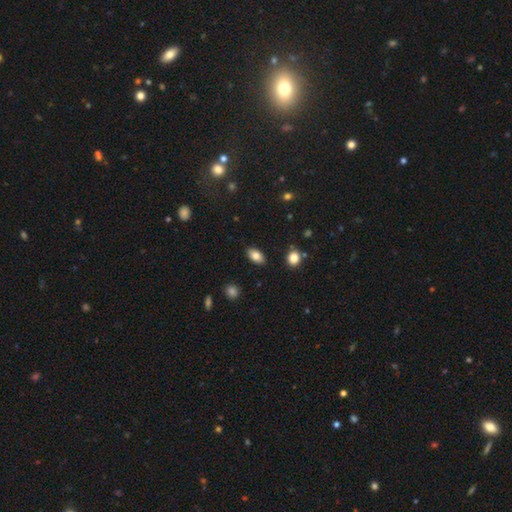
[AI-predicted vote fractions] This appears to be a smooth galaxy with no disk features (83%) that is in between round and cigar-shaped (91%). Merging: none (87%).